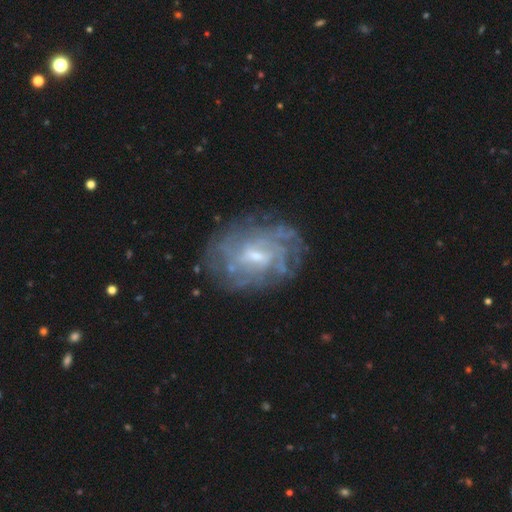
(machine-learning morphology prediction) smooth-or-featured: featured or disk: 81% | smooth: 11% | star or artifact: 8%
  disk-edge-on: no: 97% | yes: 3%
    bar: weak: 58% | no: 29% | strong: 14%
    has-spiral-arms: yes: 86% | no: 14%
      spiral-winding: tight: 62% | medium: 28% | loose: 10%
      spiral-arm-count: can't tell: 53% | 4: 13% | more than 4: 12% | 2: 9% | 3: 8% | 1: 5%
    bulge-size: small: 63% | moderate: 31% | none: 4% | large: 2% | dominant: 1%
  merging: none: 74% | minor disturbance: 16% | major disturbance: 8% | merger: 2%